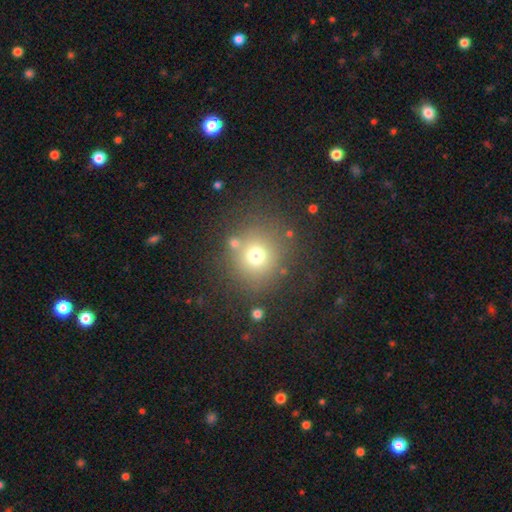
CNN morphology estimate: The model was most divided on "smooth or featured": smooth: 70%, star or artifact: 19%, featured or disk: 11%. More confident: how rounded — round (89%); merging — none (77%).